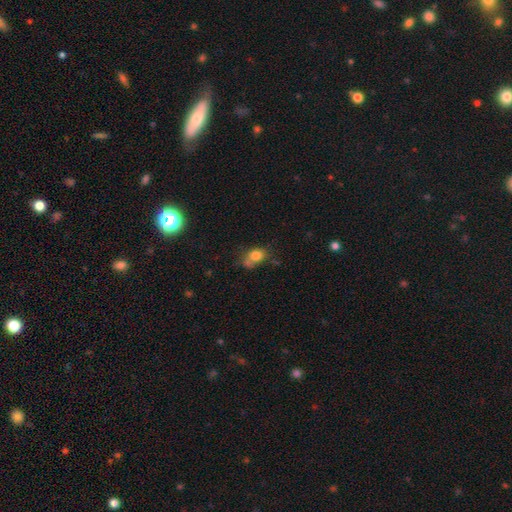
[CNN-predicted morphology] A smooth galaxy with no disk features (78%) that is in between round and cigar-shaped (58%).

Vote fractions:
- Smooth or featured? smooth: 78% / featured or disk: 11% / star or artifact: 11%
- How rounded? in between: 58% / round: 41% / cigar-shaped: 2%
- Merging? none: 42% / minor disturbance: 26% / merger: 19% / major disturbance: 12%